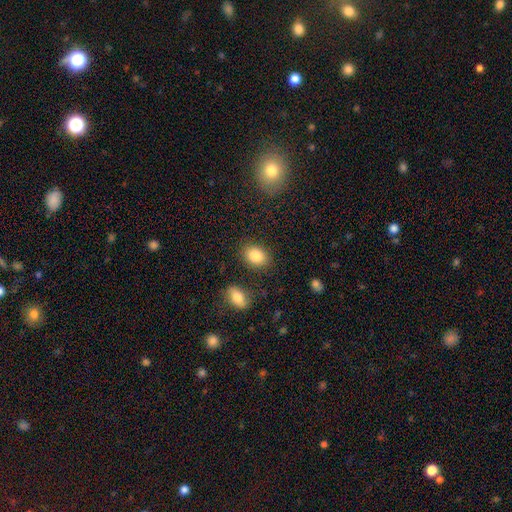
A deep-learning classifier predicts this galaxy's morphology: Smooth or featured? Predicted: smooth (p=0.85). How rounded? Predicted: in between (p=0.72). Merging? Predicted: none (p=0.83).